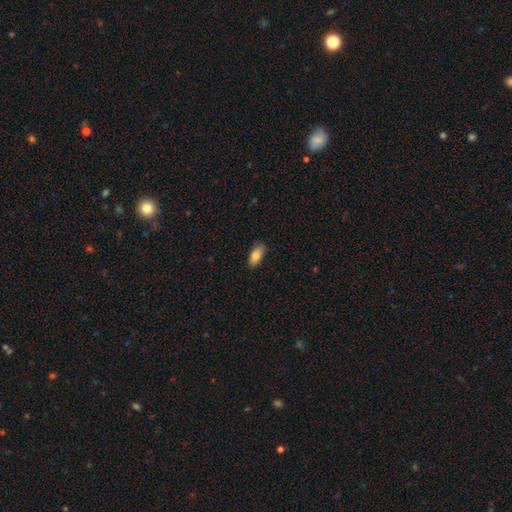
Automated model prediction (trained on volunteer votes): smooth 81%, featured or disk 12%, star or artifact 7%. Down the decision tree: how rounded — in between (86%); merging — none (80%).